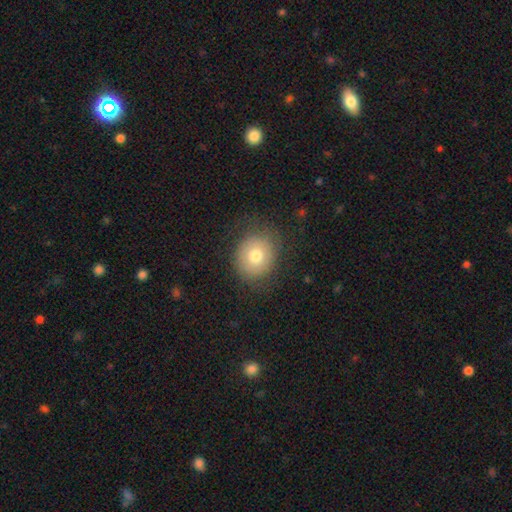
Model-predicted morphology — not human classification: smooth 73%, featured or disk 16%, star or artifact 11%. Down the decision tree: how rounded — round (72%); merging — none (80%).